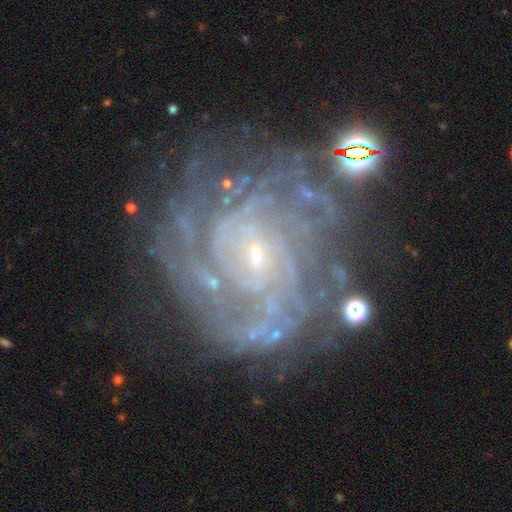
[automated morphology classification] A featured or disk galaxy (89%) with no bar (58%), tight (74%) spiral arms (97%) and a small central bulge (84%).

Vote fractions:
- Smooth or featured? featured or disk: 89% / star or artifact: 7% / smooth: 4%
- Edge-on disk? no: 98% / yes: 2%
- Bar? no: 58% / weak: 32% / strong: 10%
- Spiral arms? yes: 97% / no: 3%
- Spiral winding? tight: 74% / medium: 22% / loose: 4%
- Spiral arm count? can't tell: 27% / 4: 20% / more than 4: 18% / 3: 15% / 2: 13% / 1: 8%
- Bulge size? small: 84% / moderate: 11% / none: 3% / large: 1% / dominant: 1%
- Merging? none: 69% / minor disturbance: 17% / major disturbance: 10% / merger: 4%